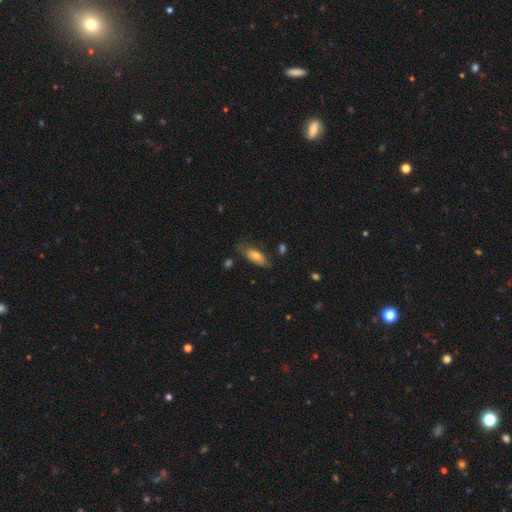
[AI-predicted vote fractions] smooth-or-featured: smooth: 70% | featured or disk: 23% | star or artifact: 7%
  how-rounded: in between: 82% | cigar-shaped: 15% | round: 3%
  merging: none: 65% | minor disturbance: 26% | major disturbance: 7% | merger: 3%